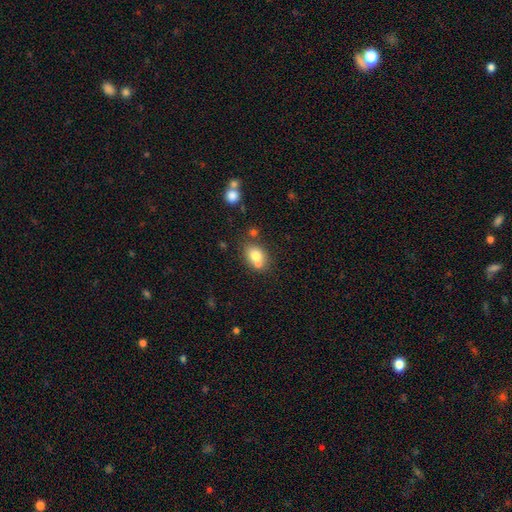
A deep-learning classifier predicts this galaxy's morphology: A smooth galaxy with no disk features (74%) that is in between round and cigar-shaped (57%). Merging: none (51%).